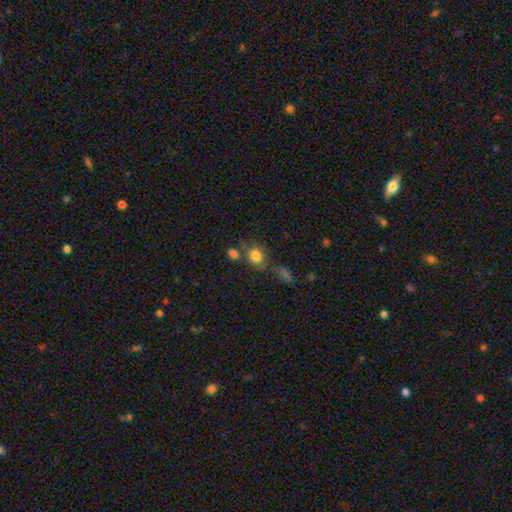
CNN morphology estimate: A smooth galaxy with no disk features (81%) that is round (50%). Merging: none (59%).